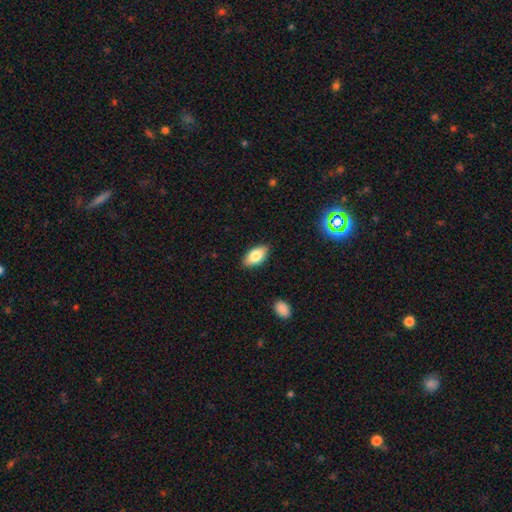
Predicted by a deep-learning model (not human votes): smooth-or-featured: smooth: 81% | featured or disk: 13% | star or artifact: 7%
  how-rounded: in between: 92% | cigar-shaped: 4% | round: 3%
  merging: none: 87% | minor disturbance: 10% | major disturbance: 2% | merger: 1%